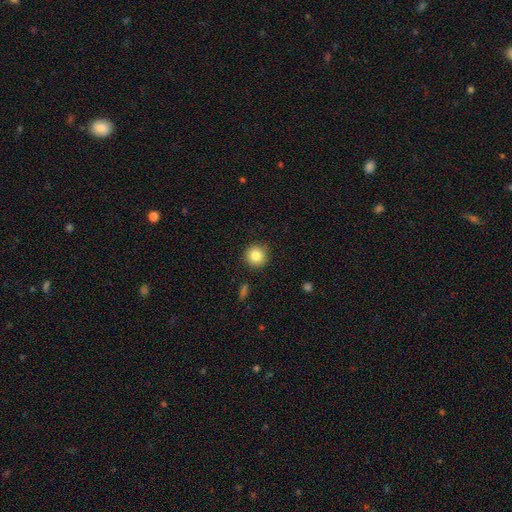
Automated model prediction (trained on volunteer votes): Q: Smooth or featured?
A: smooth (84%); runner-up: star or artifact (10%)
Q: How rounded?
A: round (94%); runner-up: in between (5%)
Q: Merging?
A: none (90%); runner-up: minor disturbance (7%)